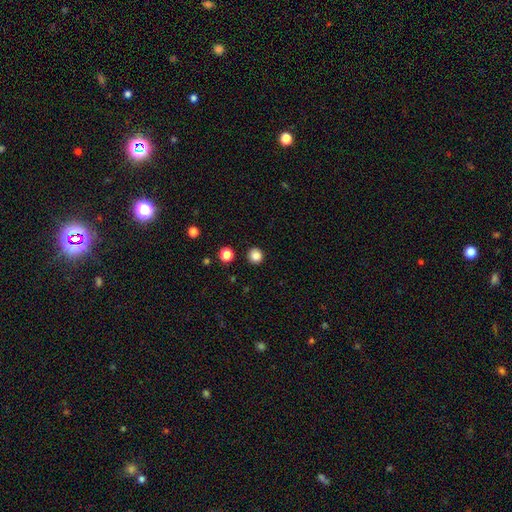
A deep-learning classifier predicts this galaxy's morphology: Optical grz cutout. It shows a smooth galaxy with no disk features (86%) that is round (94%). Merging: none (92%).